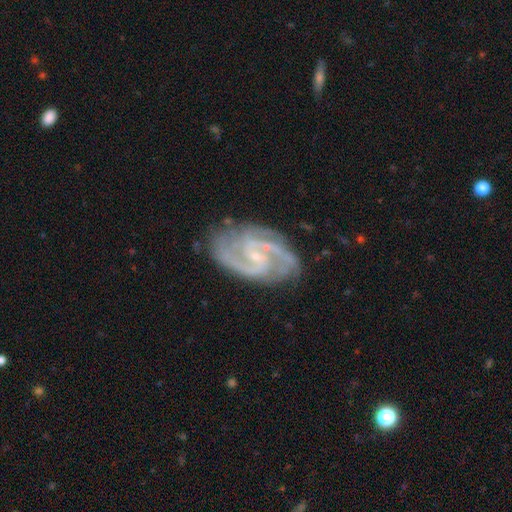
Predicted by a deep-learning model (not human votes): Overall: featured or disk (92%). Edge-on disk: no (98%). Bar: weak (47%; no 38%). Spiral arms: yes (98%). Spiral arm count: 2 (73%). Spiral winding: medium (59%; tight 29%). Bulge size: small (80%). Merging: none (76%).